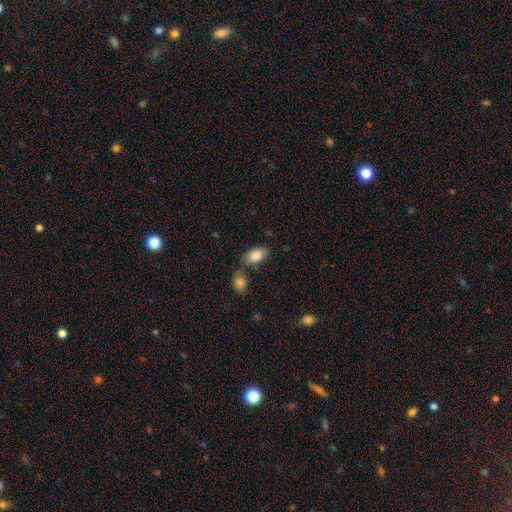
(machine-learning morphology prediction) Overall: smooth (85%). How rounded: in between (93%). Merging: none (60%).